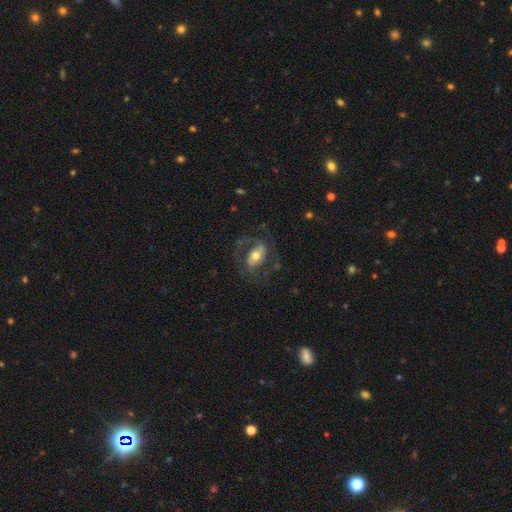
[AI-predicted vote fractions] This is likely a featured or disk galaxy (72%). It is clearly not viewed edge-on (95%). Bar: marginally strong (37%). Spiral arm pattern: clearly yes (86%). Spiral arm count: clearly 2 (81%). Spiral winding: possibly medium (53%). Central bulge: likely moderate (68%). Merging: likely none (64%).